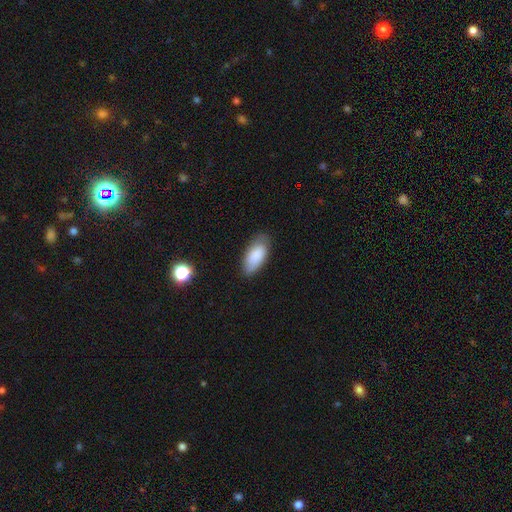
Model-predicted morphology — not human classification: Smooth or featured? Predicted: smooth (p=0.83). How rounded? Predicted: in between (p=0.90). Merging? Predicted: none (p=0.75).